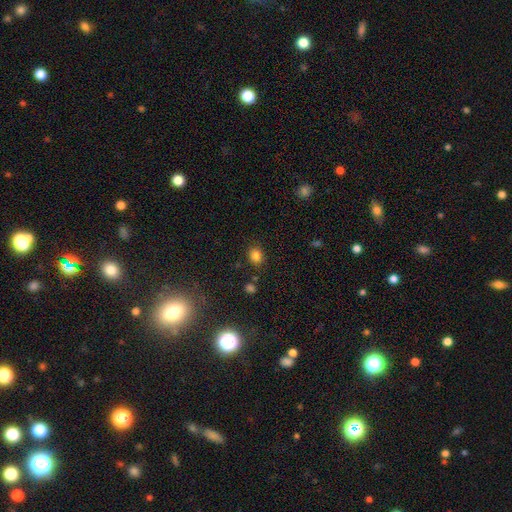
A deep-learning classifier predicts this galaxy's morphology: The model was most divided on "how rounded": round: 59%, in between: 40%, cigar-shaped: 1%. More confident: merging — none (82%); smooth or featured — smooth (81%).